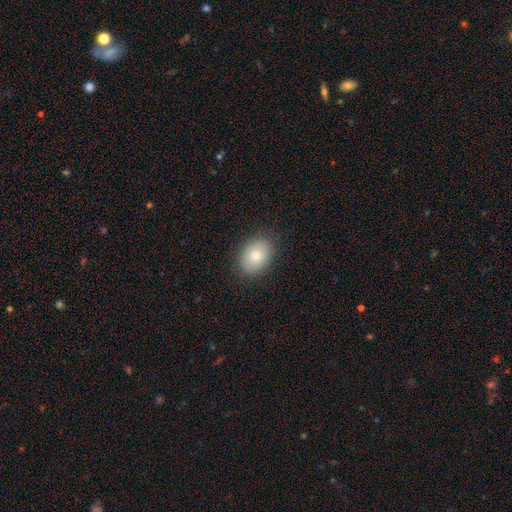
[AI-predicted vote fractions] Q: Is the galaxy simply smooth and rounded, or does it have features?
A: smooth — 81%.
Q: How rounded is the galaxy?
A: in between — 73%.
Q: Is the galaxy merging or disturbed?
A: none — 85%.